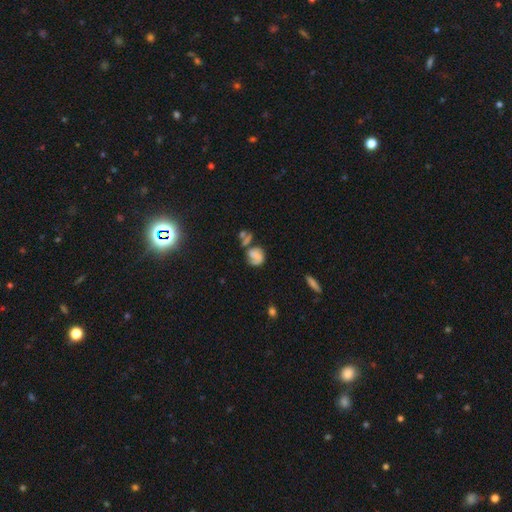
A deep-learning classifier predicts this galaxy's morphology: A smooth galaxy with no disk features (47%).

Vote fractions:
- Smooth or featured? smooth: 47% / featured or disk: 40% / star or artifact: 14%
- Merging? none: 37% / merger: 23% / minor disturbance: 22% / major disturbance: 18%